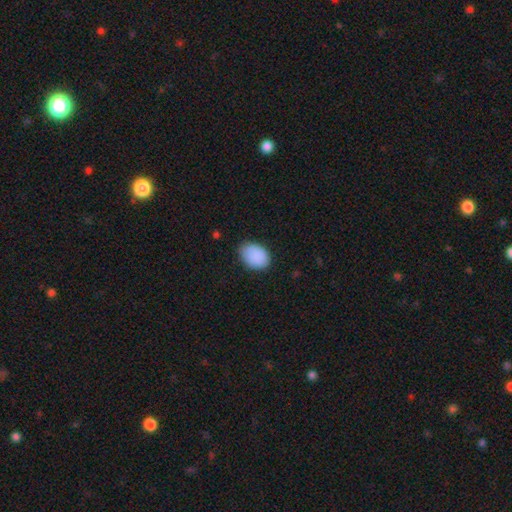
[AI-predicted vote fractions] Smooth or featured?
  - smooth: 89% *
  - star or artifact: 7%
  - featured or disk: 4%
How rounded?
  - in between: 78% *
  - round: 21%
  - cigar-shaped: 1%
Merging?
  - none: 75% *
  - minor disturbance: 21%
  - major disturbance: 3%
  - merger: 1%